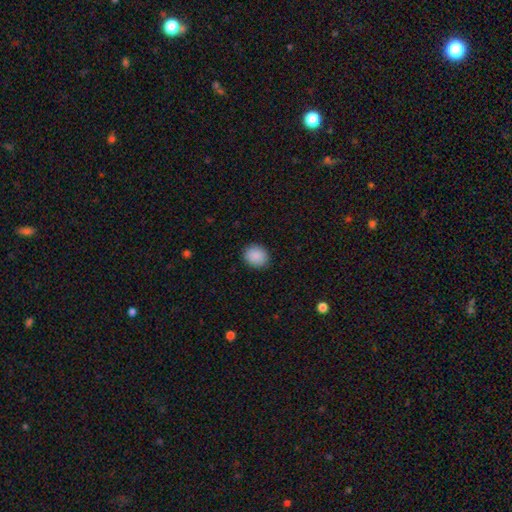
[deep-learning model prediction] This appears to be a smooth galaxy with no disk features (89%) that is round (67%). Merging: none (90%).